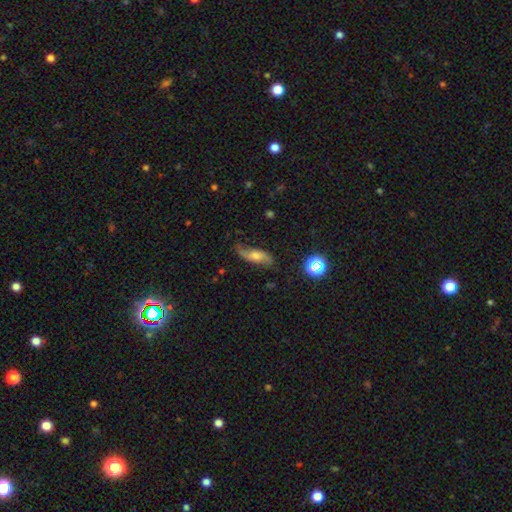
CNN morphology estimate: Q: Smooth or featured?
A: featured or disk (65%); runner-up: smooth (26%)
Q: Edge-on disk?
A: no (84%); runner-up: yes (16%)
Q: Bar?
A: no (66%); runner-up: weak (26%)
Q: Spiral arms?
A: yes (90%); runner-up: no (10%)
Q: Bulge size?
A: moderate (52%); runner-up: small (35%)
Q: Merging?
A: none (71%); runner-up: minor disturbance (20%)